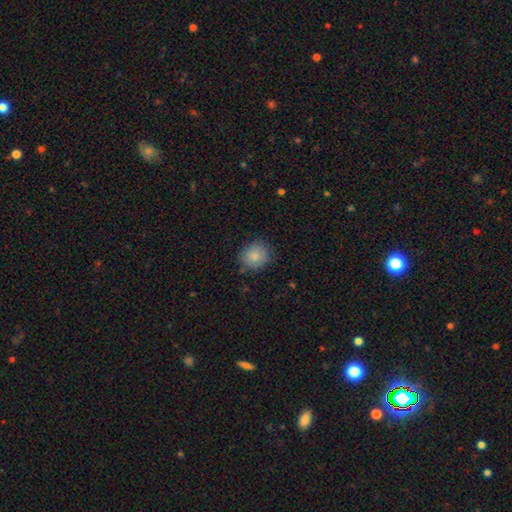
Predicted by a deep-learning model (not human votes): Overall: smooth (86%). How rounded: round (83%). Merging: none (82%).